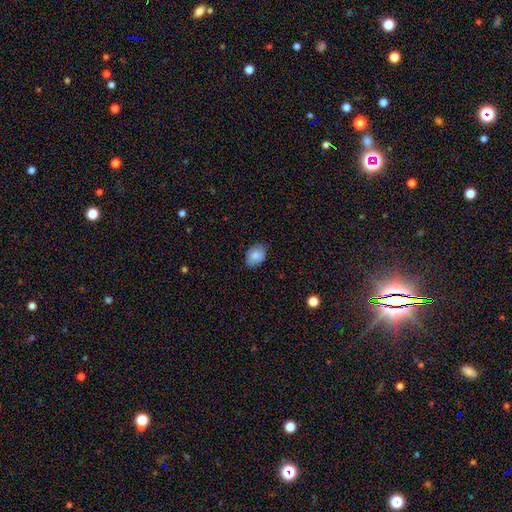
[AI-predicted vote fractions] Morphology: type=smooth (85%); roundness=in between (74%); merging=none (81%).